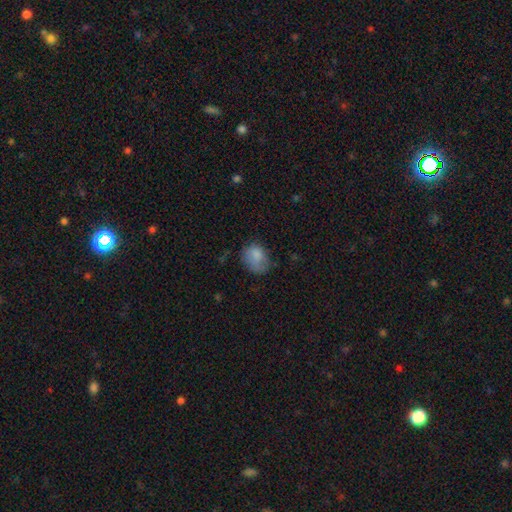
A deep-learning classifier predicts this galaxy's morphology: Smooth or featured? smooth (79%)
How rounded? in between (60%)
Merging? none (44%)